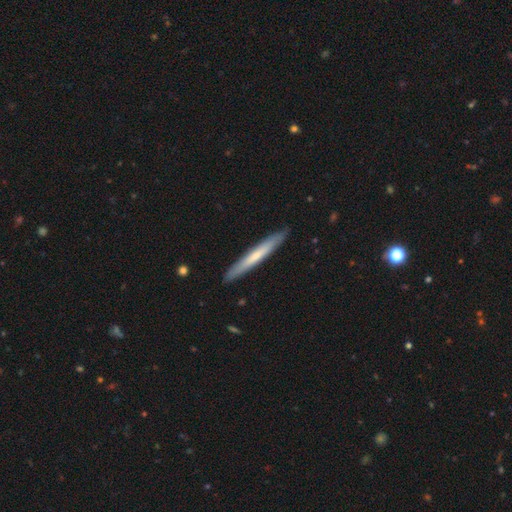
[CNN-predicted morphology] Smooth or featured? Predicted: smooth (p=0.54). How rounded? Predicted: cigar-shaped (p=0.96). Merging? Predicted: none (p=0.90).